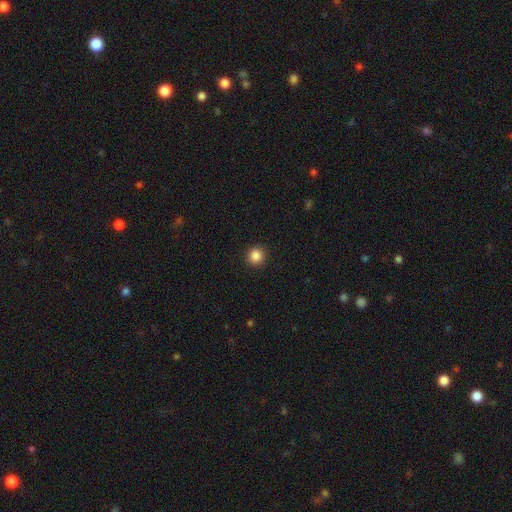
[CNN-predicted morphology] smooth_or_featured: smooth (p=0.86) [alt: star or artifact p=0.11]
how_rounded: round (p=0.94) [alt: in between p=0.05]
merging: none (p=0.92) [alt: minor disturbance p=0.05]